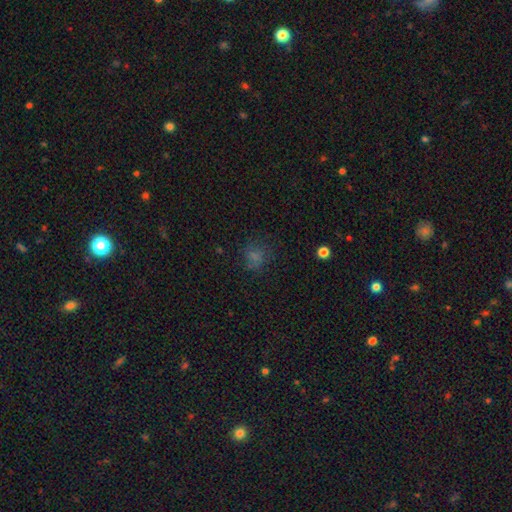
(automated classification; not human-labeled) Smooth or featured? Predicted: smooth (p=0.58). How rounded? Predicted: round (p=0.77). Merging? Predicted: none (p=0.73).